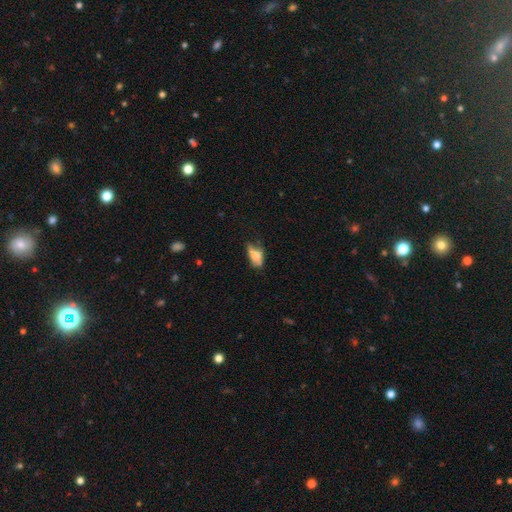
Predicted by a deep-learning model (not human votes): Smooth or featured?
  - smooth: 59% *
  - featured or disk: 31%
  - star or artifact: 10%
How rounded?
  - in between: 84% *
  - cigar-shaped: 9%
  - round: 7%
Merging?
  - minor disturbance: 33% *
  - none: 32%
  - major disturbance: 25%
  - merger: 10%